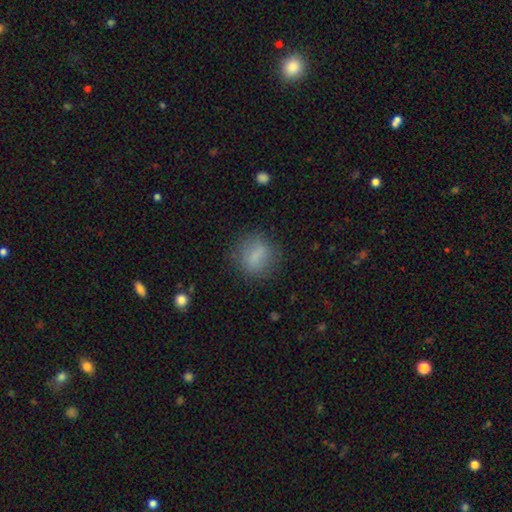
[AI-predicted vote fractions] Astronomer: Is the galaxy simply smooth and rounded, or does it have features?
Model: smooth — 75%.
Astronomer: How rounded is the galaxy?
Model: round — 60% (runner-up: in between, 37%).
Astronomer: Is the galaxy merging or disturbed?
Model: none — 80%.